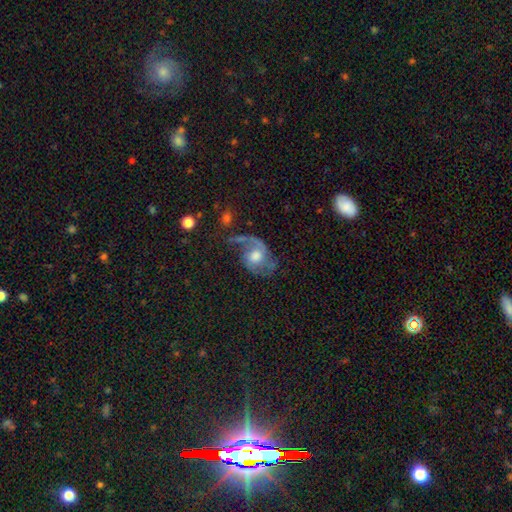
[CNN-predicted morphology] This appears to be a featured or disk galaxy (76%) with no bar (68%), 2 (64%) loose (43%) spiral arms (89%) and a moderate central bulge (56%). Merging: none (43%).